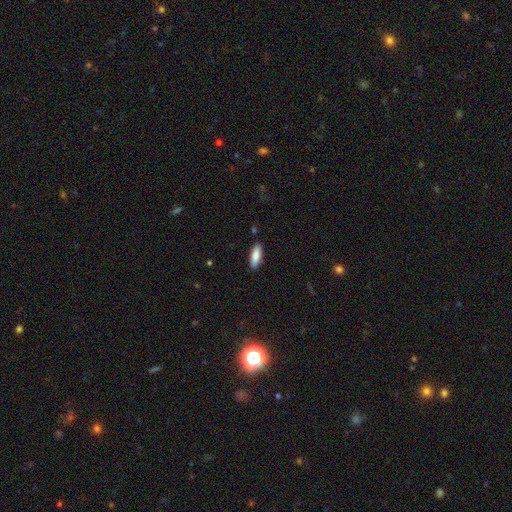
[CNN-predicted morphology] The model was most divided on "how rounded": in between: 55%, cigar-shaped: 43%, round: 2%. More confident: merging — none (89%); smooth or featured — smooth (85%).